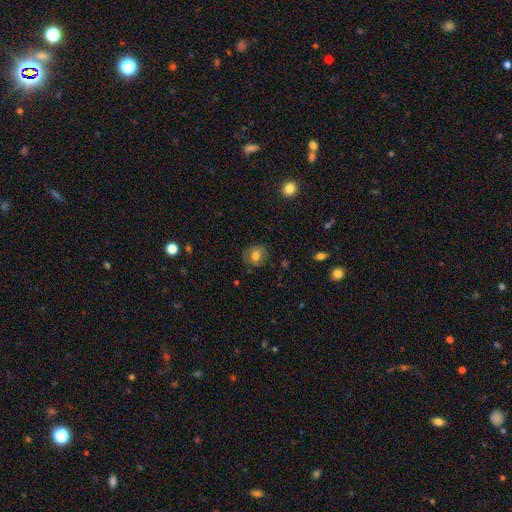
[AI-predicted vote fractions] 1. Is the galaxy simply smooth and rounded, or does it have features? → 71% smooth, 19% featured or disk, 10% star or artifact.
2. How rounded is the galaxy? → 71% round, 28% in between, 1% cigar-shaped.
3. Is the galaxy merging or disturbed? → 77% none, 17% minor disturbance, 5% major disturbance, 1% merger.